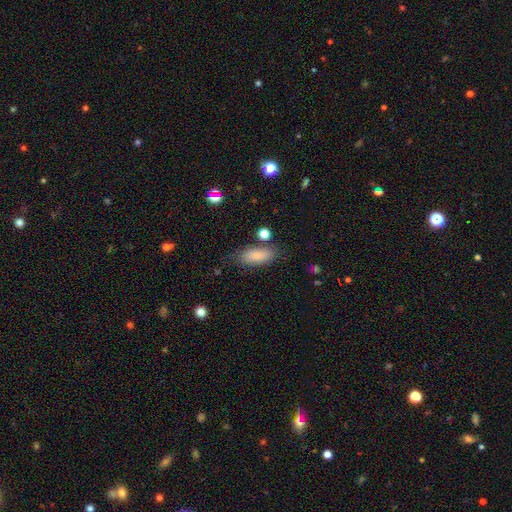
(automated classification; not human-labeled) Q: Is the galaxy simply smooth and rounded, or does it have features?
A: smooth — 84%.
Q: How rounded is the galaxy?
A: in between — 73%.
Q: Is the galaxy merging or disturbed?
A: none — 77%.